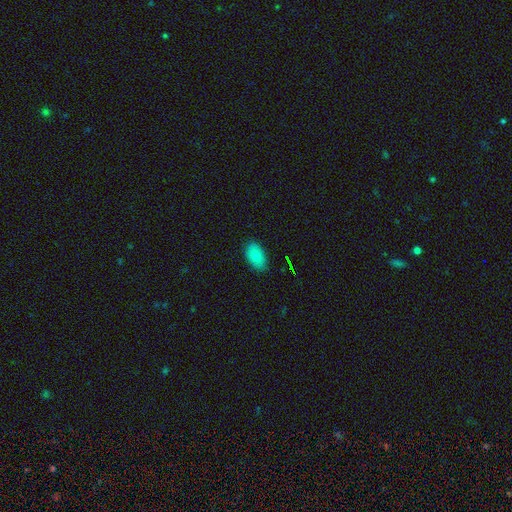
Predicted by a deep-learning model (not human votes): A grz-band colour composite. It shows a smooth galaxy with no disk features (81%) that is in between round and cigar-shaped (92%). Merging: none (86%).